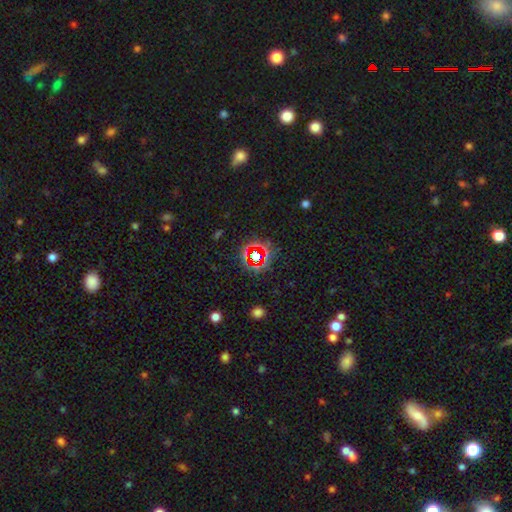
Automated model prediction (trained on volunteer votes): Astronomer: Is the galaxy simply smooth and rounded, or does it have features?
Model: star or artifact — 72%.